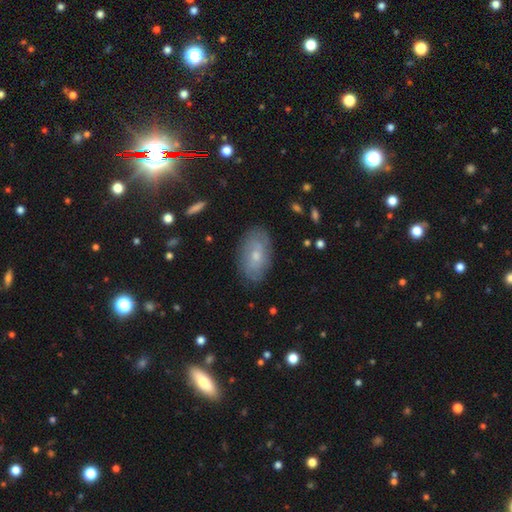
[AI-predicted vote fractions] Q: Smooth or featured?
A: featured or disk (47%); runner-up: smooth (44%)
Q: Merging?
A: none (81%); runner-up: minor disturbance (14%)